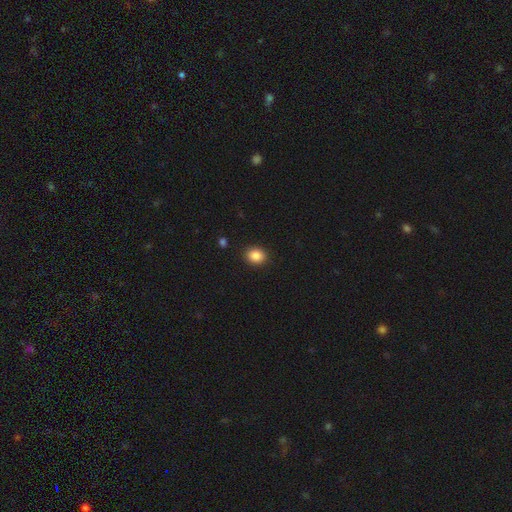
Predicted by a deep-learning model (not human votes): Smooth or featured? Predicted: smooth (p=0.87). How rounded? Predicted: round (p=0.60). Merging? Predicted: none (p=0.90).